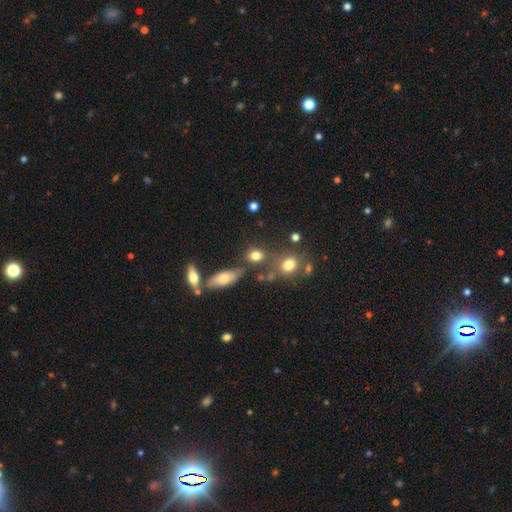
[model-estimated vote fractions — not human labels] smooth 79%, star or artifact 12%, featured or disk 10%. Down the decision tree: how rounded — round (57%); merging — none (59%).